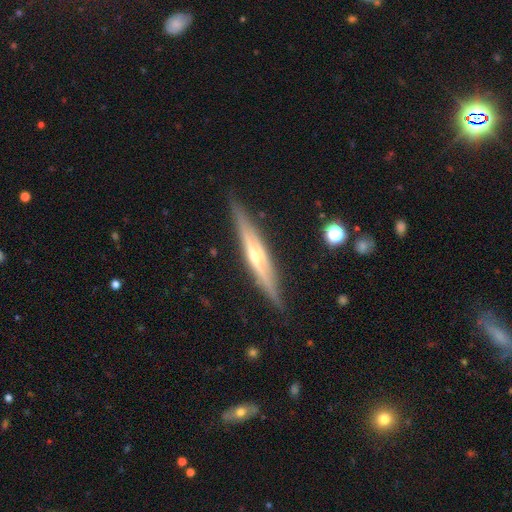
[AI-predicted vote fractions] Smooth or featured? featured or disk (77%)
Edge-on disk? yes (96%)
Edge-on bulge? rounded (75%)
Merging? none (89%)